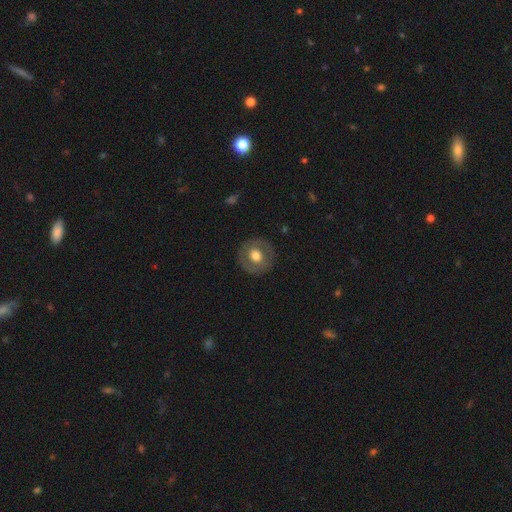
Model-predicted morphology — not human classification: A smooth galaxy with no disk features (54%) that is round (90%).

Vote fractions:
- Smooth or featured? smooth: 54% / featured or disk: 39% / star or artifact: 7%
- How rounded? round: 90% / in between: 9% / cigar-shaped: 1%
- Merging? none: 87% / minor disturbance: 9% / major disturbance: 4% / merger: 1%